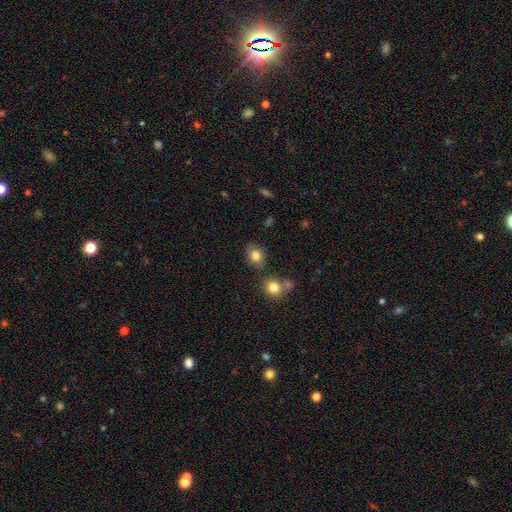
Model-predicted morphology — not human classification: Smooth or featured: smooth — 80% (featured or disk — 11%)
How rounded: in between — 58% (round — 41%)
Merging: none — 76% (minor disturbance — 14%)